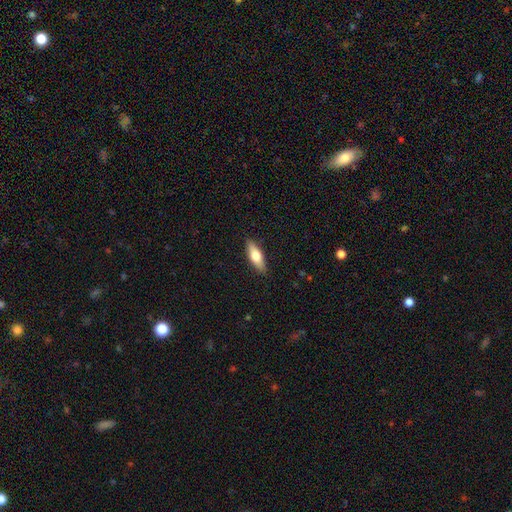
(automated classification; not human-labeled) This is likely a smooth galaxy (66%). How rounded: possibly in between (57%). Merging: clearly none (88%).